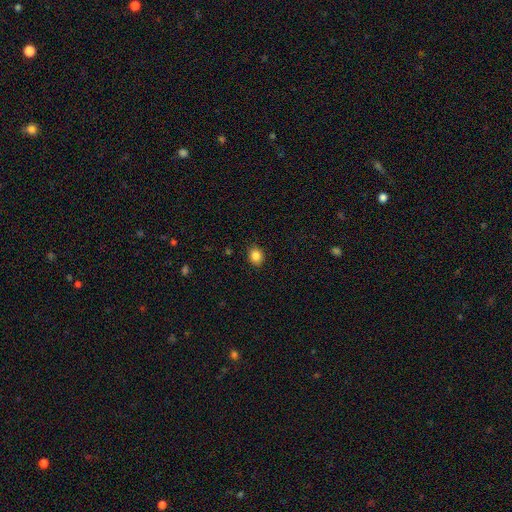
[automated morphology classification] smooth_or_featured: smooth (p=0.86) [alt: star or artifact p=0.10]
how_rounded: round (p=0.58) [alt: in between p=0.41]
merging: none (p=0.89) [alt: minor disturbance p=0.08]